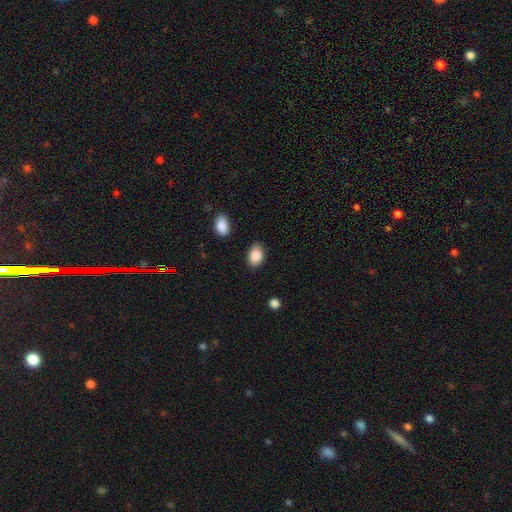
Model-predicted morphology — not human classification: This is clearly a smooth galaxy (89%). How rounded: clearly in between (85%). Merging: likely none (77%).